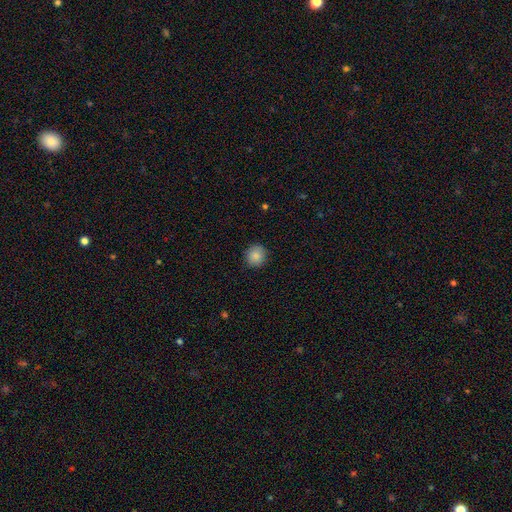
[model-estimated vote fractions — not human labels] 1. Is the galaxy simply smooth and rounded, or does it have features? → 86% smooth, 9% star or artifact, 5% featured or disk.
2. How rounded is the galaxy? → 89% round, 10% in between, 1% cigar-shaped.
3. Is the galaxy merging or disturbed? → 90% none, 8% minor disturbance, 2% major disturbance, 1% merger.